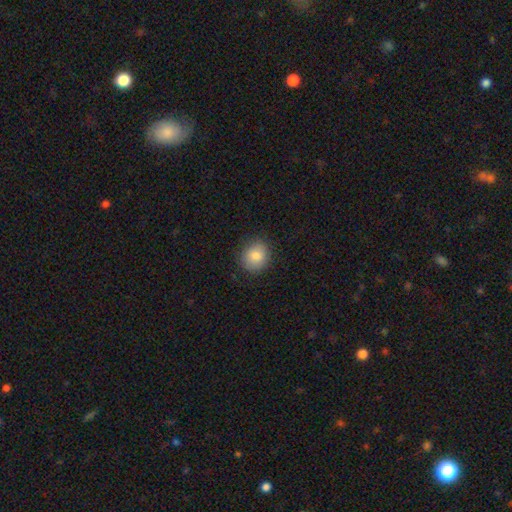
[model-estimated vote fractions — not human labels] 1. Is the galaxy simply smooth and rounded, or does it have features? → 84% smooth, 8% star or artifact, 7% featured or disk.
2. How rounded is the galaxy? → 72% round, 27% in between, 1% cigar-shaped.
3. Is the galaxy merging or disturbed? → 84% none, 12% minor disturbance, 3% major disturbance, 1% merger.